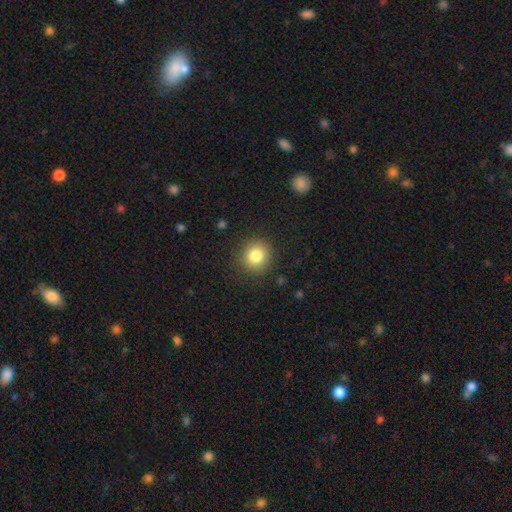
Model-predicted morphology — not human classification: A smooth galaxy with no disk features (82%) that is round (90%). Merging: none (89%).